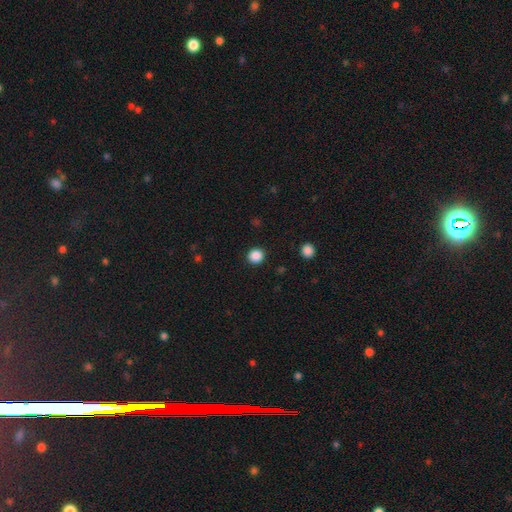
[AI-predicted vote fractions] smooth 87%, star or artifact 11%, featured or disk 2%. Down the decision tree: how rounded — round (92%); merging — none (92%).